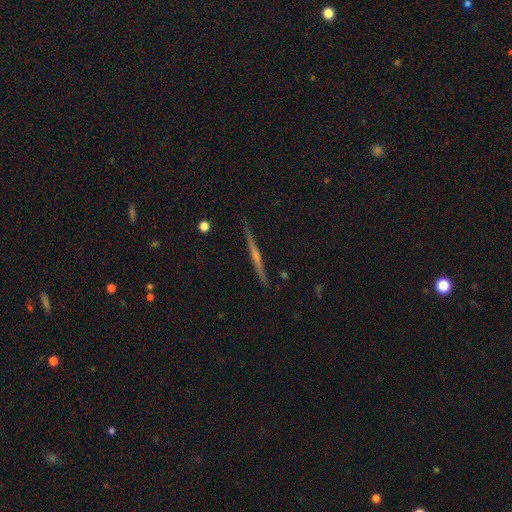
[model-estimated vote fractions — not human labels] Smooth or featured: featured or disk — 69% (smooth — 18%)
Edge-on disk: yes — 95% (no — 5%)
Edge-on bulge: rounded — 68% (none — 23%)
Merging: none — 87% (minor disturbance — 8%)